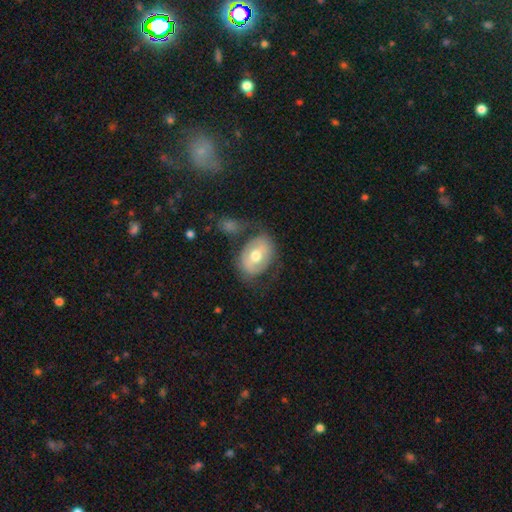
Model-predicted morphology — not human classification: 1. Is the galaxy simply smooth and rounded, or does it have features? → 49% smooth, 45% featured or disk, 6% star or artifact.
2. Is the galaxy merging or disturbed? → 61% none, 19% minor disturbance, 11% major disturbance, 8% merger.